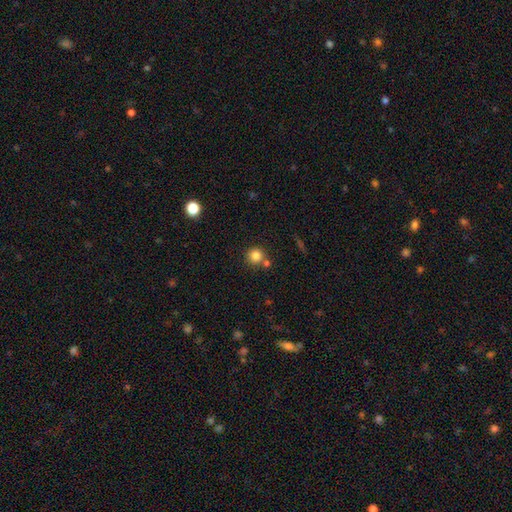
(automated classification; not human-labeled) smooth 83%, star or artifact 11%, featured or disk 6%. Down the decision tree: how rounded — round (93%); merging — none (72%).